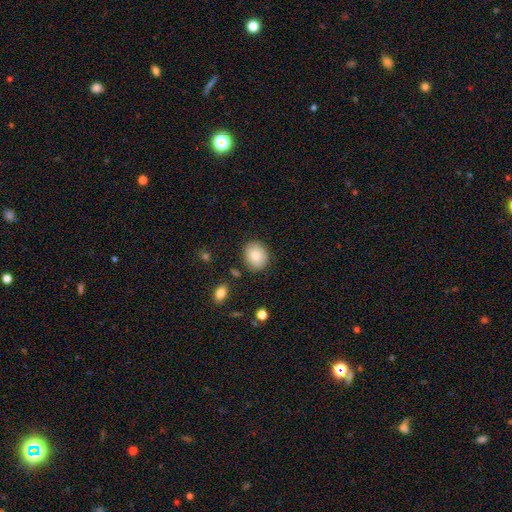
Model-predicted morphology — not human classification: Overall: smooth (81%). How rounded: round (55%; in between 44%). Merging: none (83%).